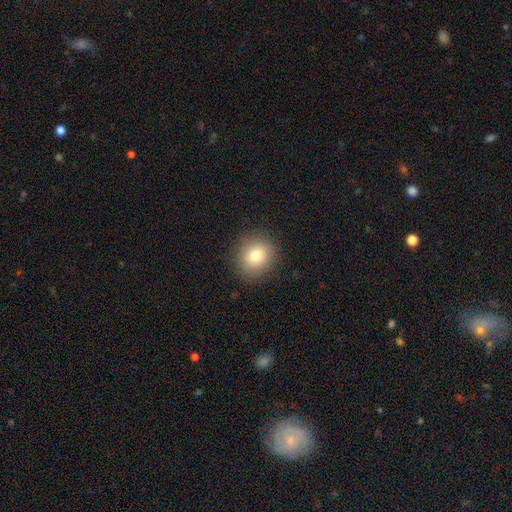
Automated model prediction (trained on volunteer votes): This is likely a smooth galaxy (79%). How rounded: clearly round (82%). Merging: clearly none (88%).